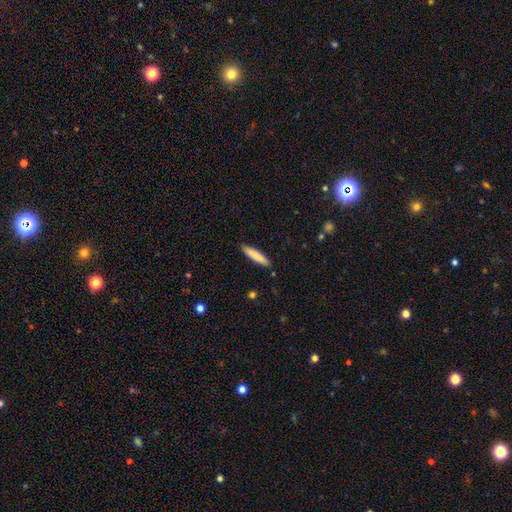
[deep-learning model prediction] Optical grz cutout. It shows a smooth galaxy with no disk features (84%) that is cigar-shaped (87%). Merging: none (90%).